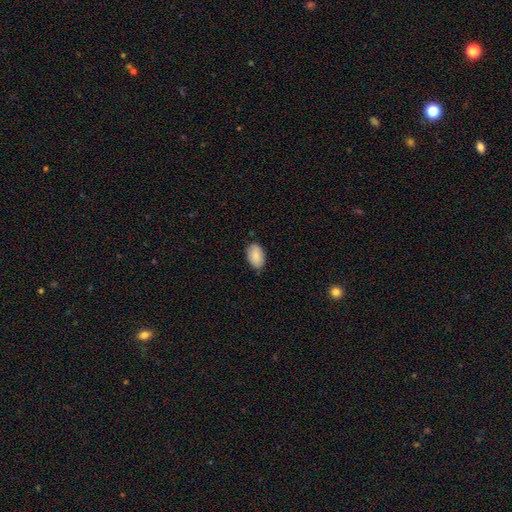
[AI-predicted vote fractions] Morphology: type=smooth (84%); roundness=in between (92%); merging=none (83%).